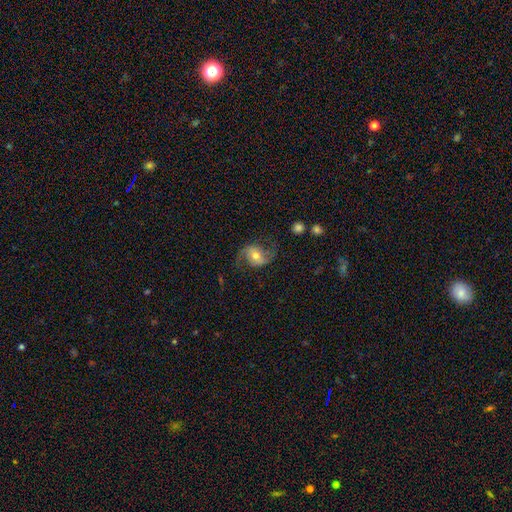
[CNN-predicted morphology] This is likely a featured or disk galaxy (78%). It is clearly not viewed edge-on (97%). Bar: marginally no (43%). Spiral arm pattern: clearly yes (94%). Spiral arm count: clearly 2 (93%). Spiral winding: possibly loose (60%). Central bulge: likely moderate (64%). Merging: likely none (72%).